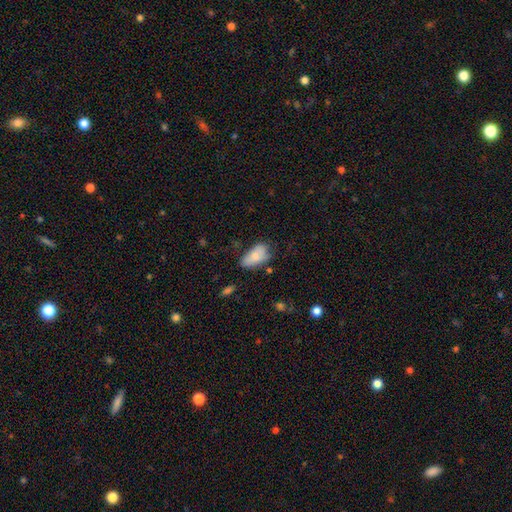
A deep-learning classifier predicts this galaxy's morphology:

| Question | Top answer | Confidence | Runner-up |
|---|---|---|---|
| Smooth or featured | smooth | 75% | featured or disk (17%) |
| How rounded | in between | 92% | round (5%) |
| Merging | none | 47% | minor disturbance (36%) |